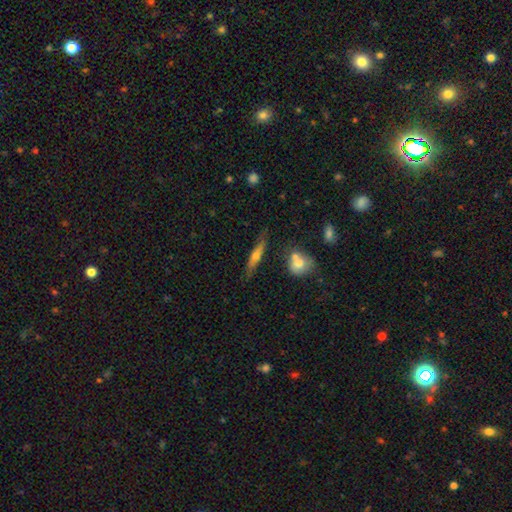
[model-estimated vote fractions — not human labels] Overall: featured or disk (50%; smooth 43%). Edge-on disk: yes (88%). Merging: none (72%).